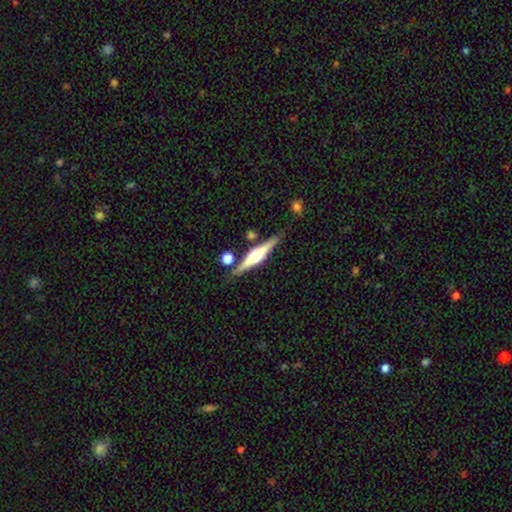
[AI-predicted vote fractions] Overall: featured or disk (75%). Edge-on disk: yes (97%). Edge-on bulge: rounded (88%). Merging: none (82%).